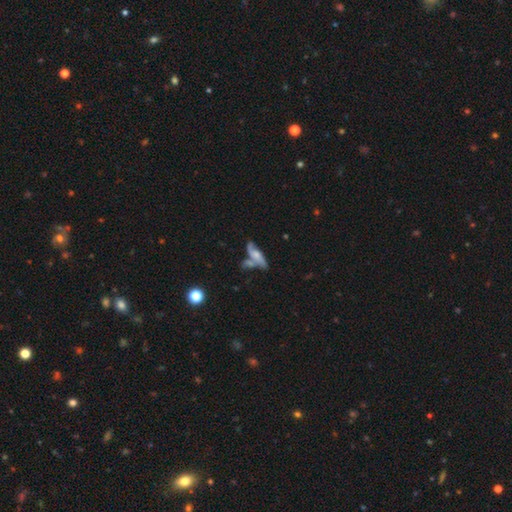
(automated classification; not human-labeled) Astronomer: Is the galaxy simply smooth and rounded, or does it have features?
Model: featured or disk — 50% (runner-up: smooth, 40%).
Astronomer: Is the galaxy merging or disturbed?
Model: merger — 38% (runner-up: none, 32%).